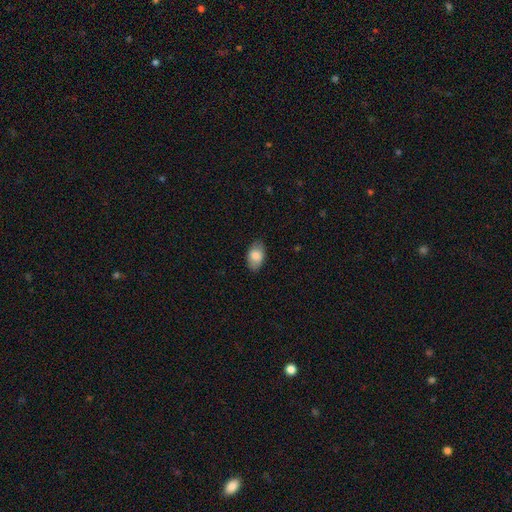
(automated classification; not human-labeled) Smooth or featured? Predicted: smooth (p=0.83). How rounded? Predicted: in between (p=0.92). Merging? Predicted: none (p=0.83).